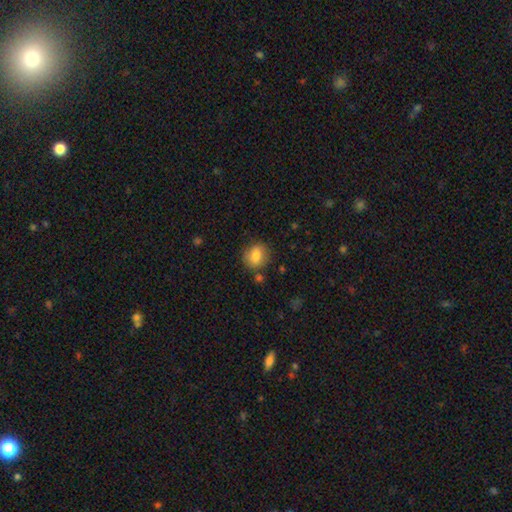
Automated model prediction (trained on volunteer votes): Overall: smooth (82%). How rounded: round (65%; in between 33%). Merging: none (79%).